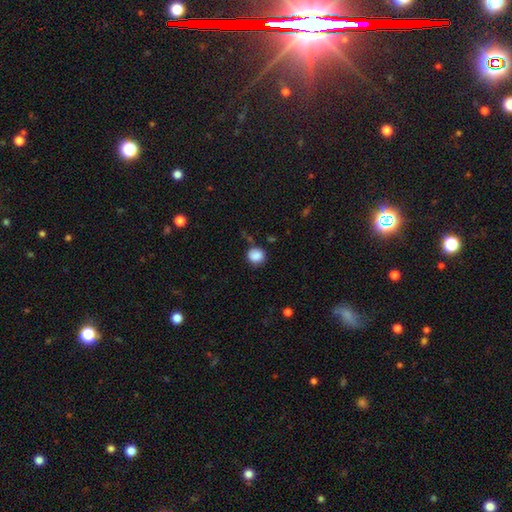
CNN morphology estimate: Q: Smooth or featured?
A: smooth (87%); runner-up: star or artifact (9%)
Q: How rounded?
A: round (83%); runner-up: in between (16%)
Q: Merging?
A: none (73%); runner-up: minor disturbance (19%)